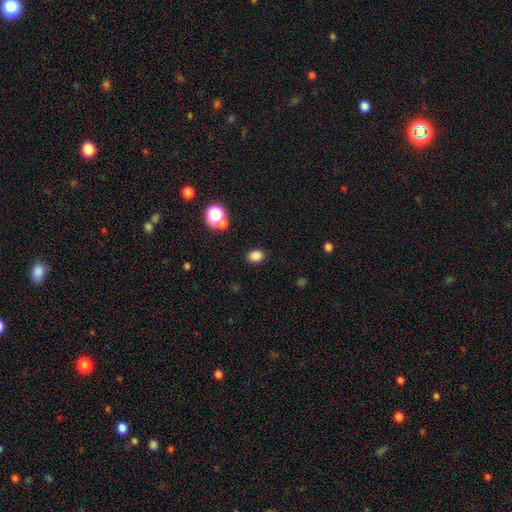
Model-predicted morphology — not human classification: type=smooth (83%); roundness=in between (53%); merging=none (85%).